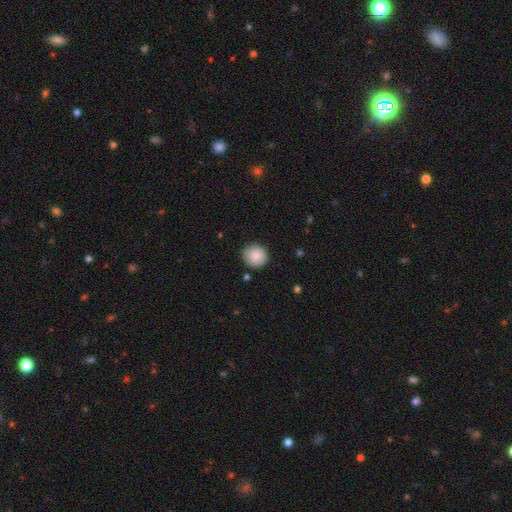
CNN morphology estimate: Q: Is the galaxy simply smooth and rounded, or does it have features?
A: smooth — 87%.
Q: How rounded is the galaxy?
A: round — 91%.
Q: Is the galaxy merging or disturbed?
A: none — 86%.